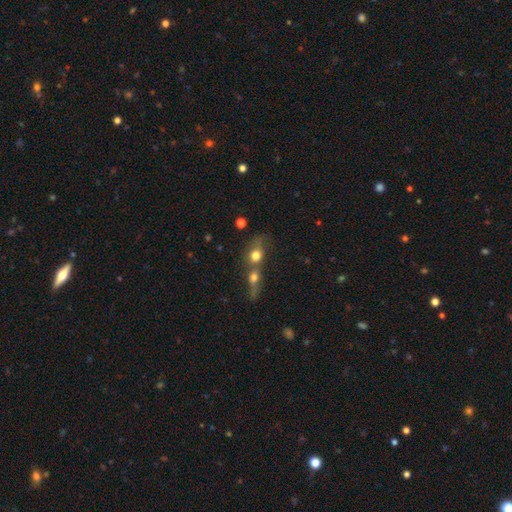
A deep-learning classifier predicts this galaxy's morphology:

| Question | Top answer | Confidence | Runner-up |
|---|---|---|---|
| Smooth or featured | smooth | 71% | featured or disk (17%) |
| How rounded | round | 60% | in between (35%) |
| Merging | merger | 68% | none (18%) |